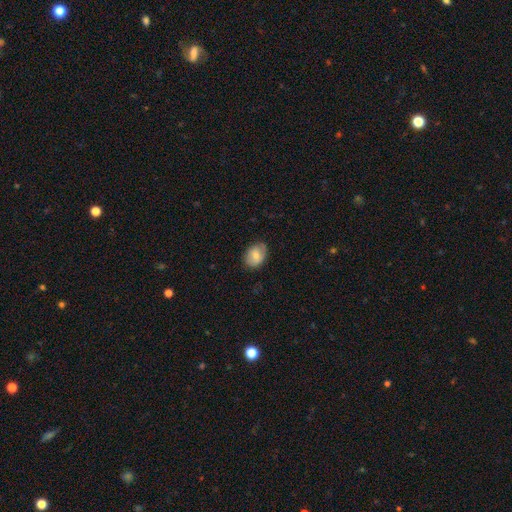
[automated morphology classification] This is likely a smooth galaxy (69%). How rounded: likely in between (74%). Merging: likely none (76%).